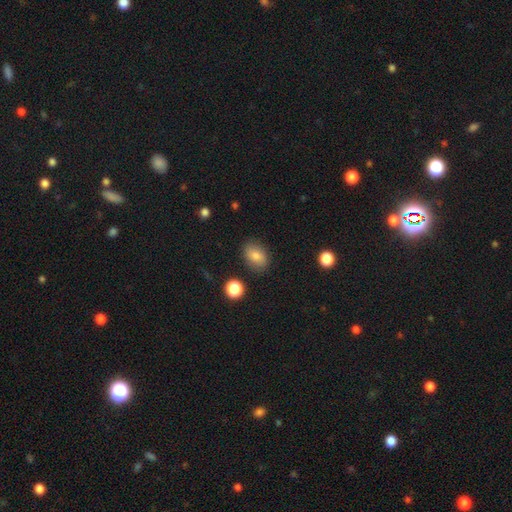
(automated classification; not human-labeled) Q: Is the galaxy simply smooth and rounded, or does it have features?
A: smooth — 79%.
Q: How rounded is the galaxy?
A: in between — 77%.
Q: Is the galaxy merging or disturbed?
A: none — 85%.